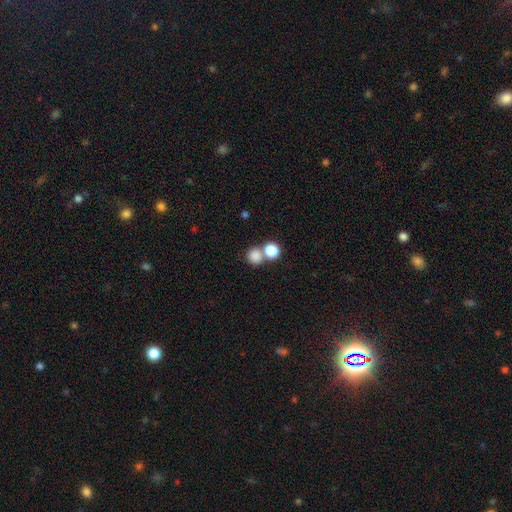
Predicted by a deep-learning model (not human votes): A smooth galaxy with no disk features (82%) that is round (88%). Merging: none (50%).